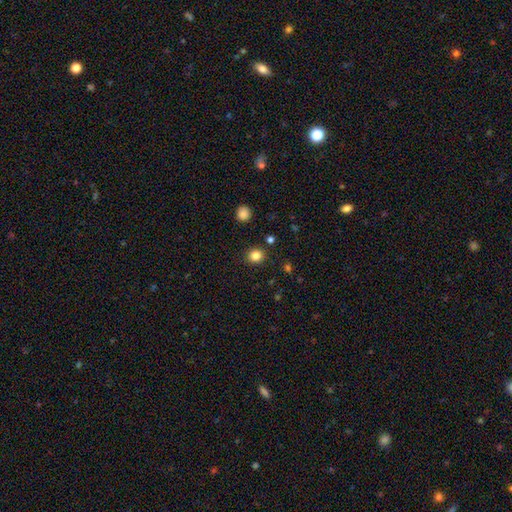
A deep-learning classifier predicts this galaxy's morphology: Overall: smooth (83%). How rounded: round (83%). Merging: none (90%).